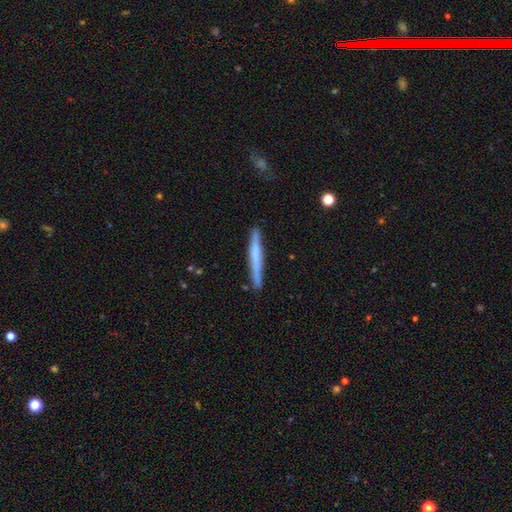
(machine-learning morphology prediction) Smooth or featured? smooth (56%)
How rounded? cigar-shaped (97%)
Merging? none (88%)